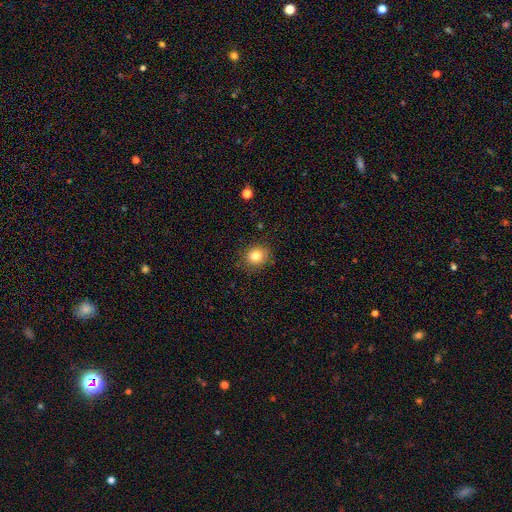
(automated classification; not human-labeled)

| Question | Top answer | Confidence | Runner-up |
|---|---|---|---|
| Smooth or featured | smooth | 82% | star or artifact (11%) |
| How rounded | round | 74% | in between (25%) |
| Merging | none | 84% | minor disturbance (12%) |